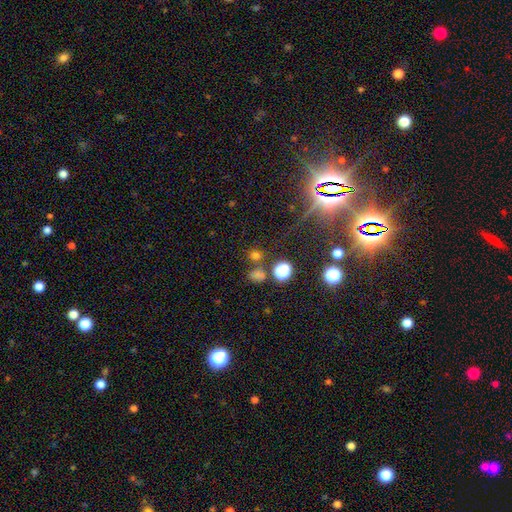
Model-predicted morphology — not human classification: Smooth or featured?
  - smooth: 61% *
  - star or artifact: 32%
  - featured or disk: 7%
How rounded?
  - round: 81% *
  - in between: 18%
  - cigar-shaped: 2%
Merging?
  - none: 70% *
  - merger: 14%
  - minor disturbance: 10%
  - major disturbance: 5%